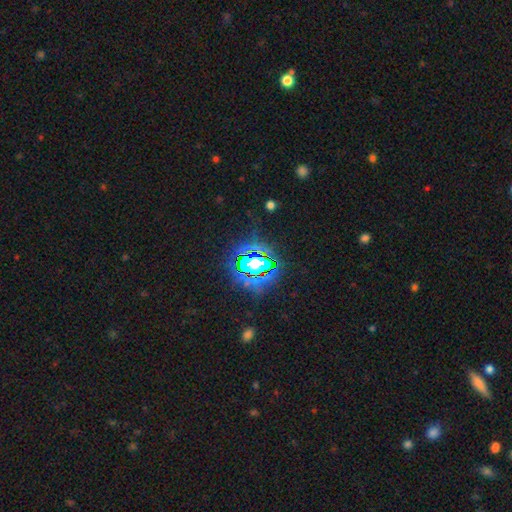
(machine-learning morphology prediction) Smooth or featured: star or artifact — 70% (smooth — 18%)